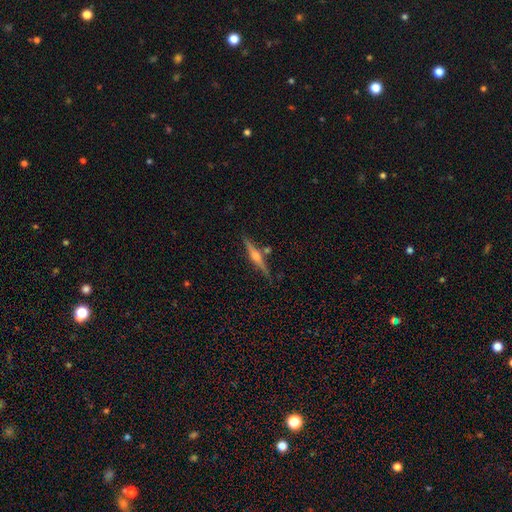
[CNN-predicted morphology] Smooth or featured? featured or disk (76%)
Edge-on disk? yes (98%)
Edge-on bulge? rounded (87%)
Merging? none (84%)